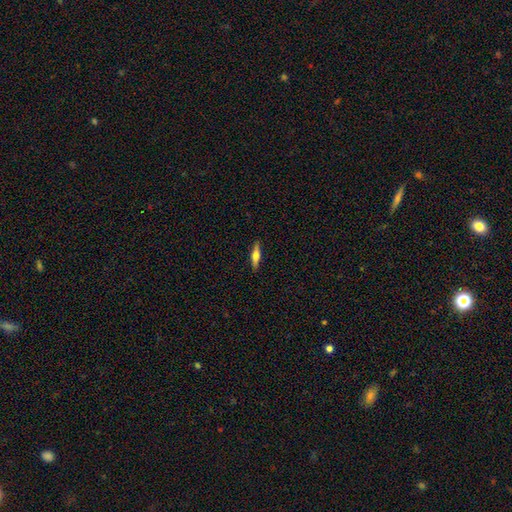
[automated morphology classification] A featured or disk galaxy (54%) viewed edge-on (96%) with a rounded central bulge (90%).

Vote fractions:
- Smooth or featured? featured or disk: 54% / smooth: 39% / star or artifact: 6%
- Edge-on disk? yes: 96% / no: 4%
- Edge-on bulge? rounded: 90% / boxy: 6% / none: 3%
- Merging? none: 89% / minor disturbance: 8% / major disturbance: 2% / merger: 1%